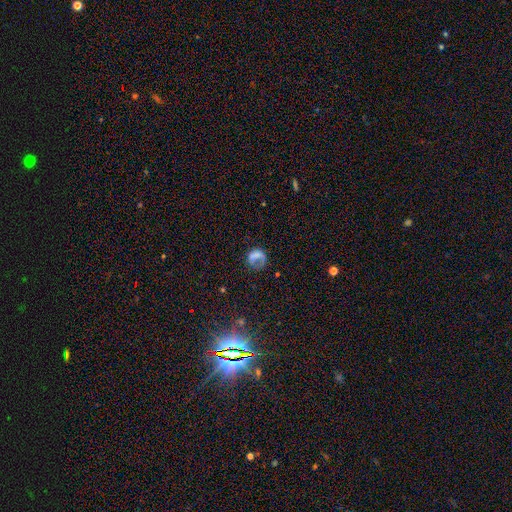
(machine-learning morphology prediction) smooth_or_featured: smooth (p=0.58) [alt: featured or disk p=0.27]
how_rounded: round (p=0.65) [alt: in between p=0.33]
merging: none (p=0.39) [alt: major disturbance p=0.35]